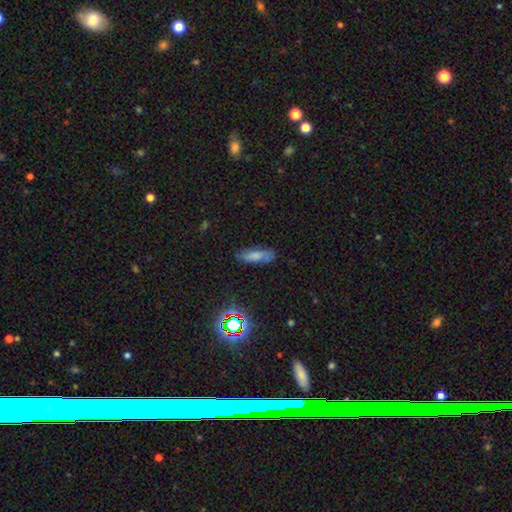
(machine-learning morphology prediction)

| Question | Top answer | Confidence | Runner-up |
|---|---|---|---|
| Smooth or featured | smooth | 67% | featured or disk (19%) |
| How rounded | in between | 52% | cigar-shaped (46%) |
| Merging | none | 72% | minor disturbance (21%) |